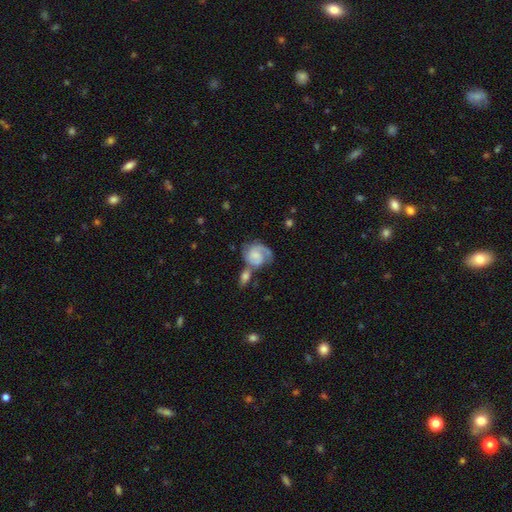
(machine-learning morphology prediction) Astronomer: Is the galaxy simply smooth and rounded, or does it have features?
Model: featured or disk — 74%.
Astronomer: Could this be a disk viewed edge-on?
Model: no — 98%.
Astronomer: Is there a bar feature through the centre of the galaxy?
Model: no — 61%.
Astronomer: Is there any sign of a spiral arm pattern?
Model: yes — 93%.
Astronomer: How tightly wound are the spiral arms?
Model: tight — 45% (runner-up: medium, 41%).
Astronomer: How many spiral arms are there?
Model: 2 — 57%.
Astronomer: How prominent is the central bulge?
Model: small — 41% (runner-up: moderate, 30%).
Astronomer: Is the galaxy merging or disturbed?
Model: none — 39% (runner-up: merger, 29%).